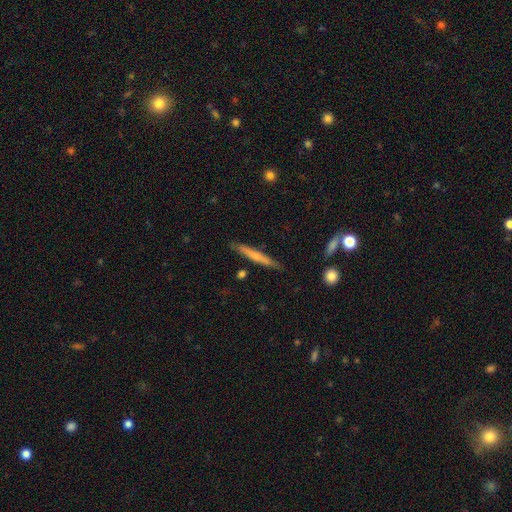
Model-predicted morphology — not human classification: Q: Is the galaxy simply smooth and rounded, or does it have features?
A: smooth — 53%.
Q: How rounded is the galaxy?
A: cigar-shaped — 95%.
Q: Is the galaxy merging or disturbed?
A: none — 86%.